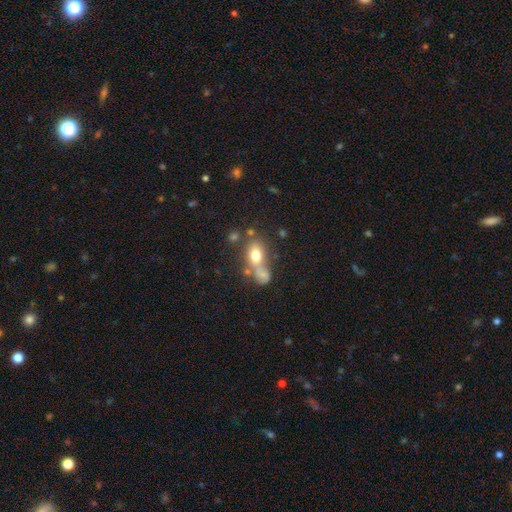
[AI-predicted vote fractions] This is likely a smooth galaxy (71%). How rounded: likely in between (76%). Merging: marginally merger (39%).